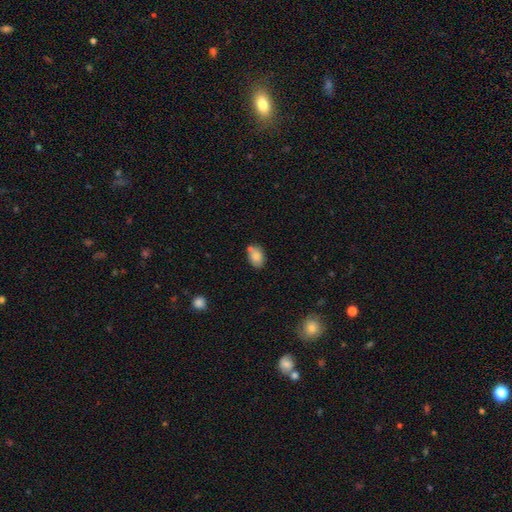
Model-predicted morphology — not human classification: The model was most divided on "merging": none: 64%, minor disturbance: 18%, merger: 14%, major disturbance: 4%. More confident: how rounded — in between (81%); smooth or featured — smooth (81%).